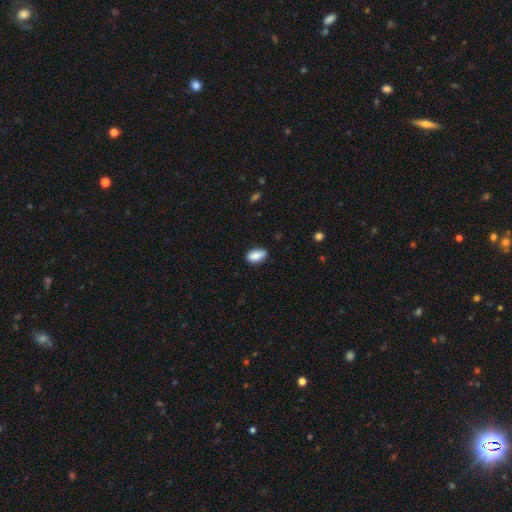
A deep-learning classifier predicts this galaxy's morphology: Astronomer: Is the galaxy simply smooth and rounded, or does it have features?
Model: smooth — 87%.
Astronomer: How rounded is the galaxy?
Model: in between — 90%.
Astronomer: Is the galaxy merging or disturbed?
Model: none — 72%.